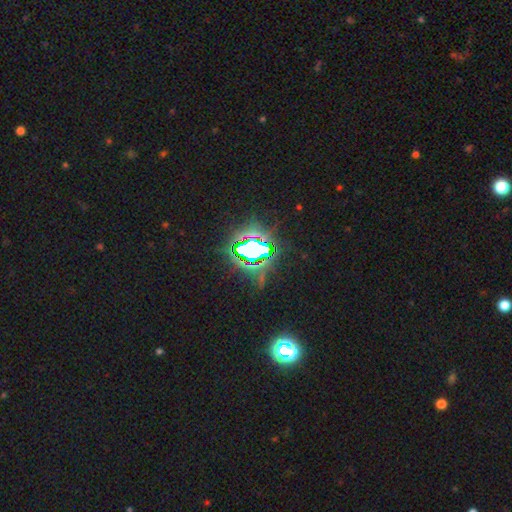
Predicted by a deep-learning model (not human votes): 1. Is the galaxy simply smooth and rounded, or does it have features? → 82% star or artifact, 11% smooth, 7% featured or disk.